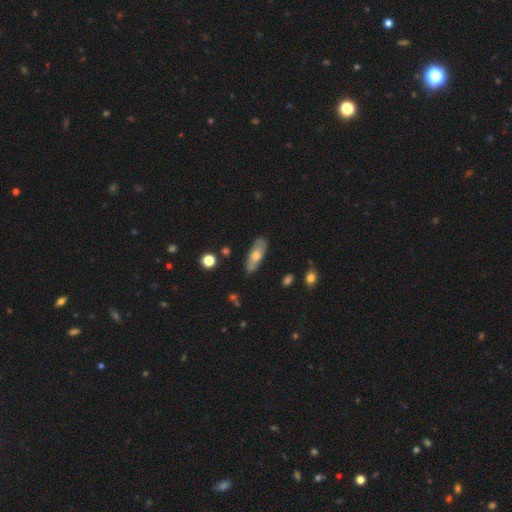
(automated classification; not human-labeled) Smooth or featured: smooth — 58% (featured or disk — 35%)
How rounded: in between — 62% (cigar-shaped — 35%)
Merging: none — 81% (minor disturbance — 14%)